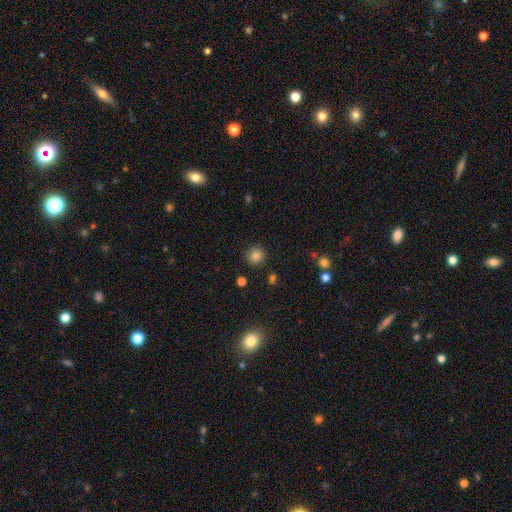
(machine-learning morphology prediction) smooth-or-featured: smooth: 82% | star or artifact: 12% | featured or disk: 6%
  how-rounded: round: 92% | in between: 7% | cigar-shaped: 1%
  merging: none: 89% | minor disturbance: 7% | major disturbance: 2% | merger: 2%